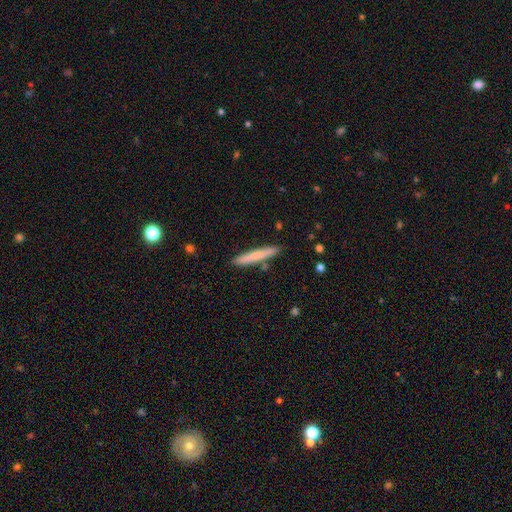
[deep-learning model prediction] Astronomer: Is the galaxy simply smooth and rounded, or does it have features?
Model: smooth — 71%.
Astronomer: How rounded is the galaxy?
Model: cigar-shaped — 95%.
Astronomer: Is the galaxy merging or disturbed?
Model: none — 87%.